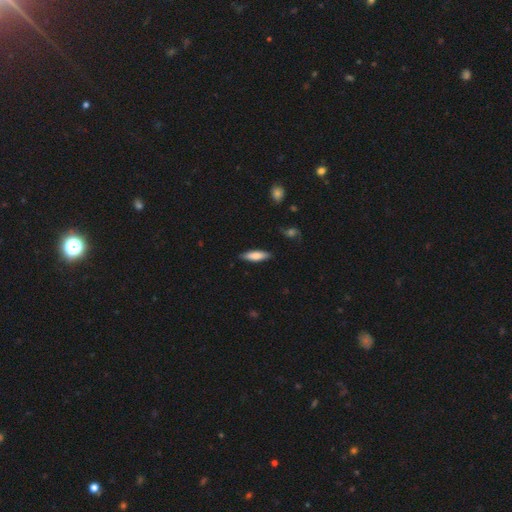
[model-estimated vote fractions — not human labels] Smooth or featured?
  - smooth: 78% *
  - featured or disk: 16%
  - star or artifact: 6%
How rounded?
  - cigar-shaped: 56% *
  - in between: 43%
  - round: 2%
Merging?
  - none: 87% *
  - minor disturbance: 10%
  - major disturbance: 2%
  - merger: 1%